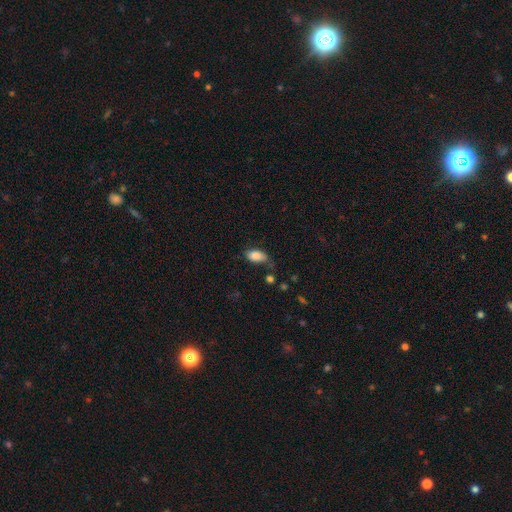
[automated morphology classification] This is clearly a smooth galaxy (86%). How rounded: clearly in between (93%). Merging: likely none (61%).